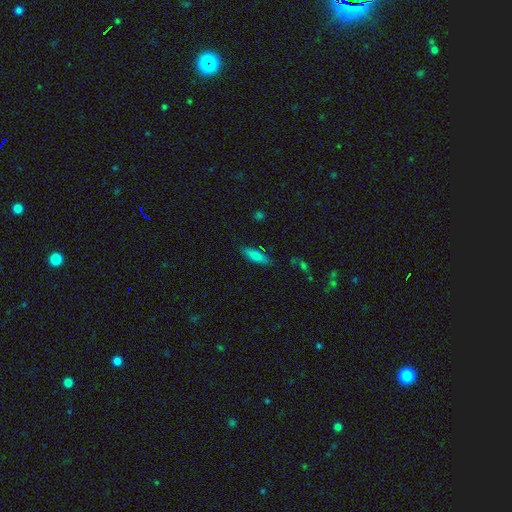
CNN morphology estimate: smooth 79%, featured or disk 13%, star or artifact 9%. Down the decision tree: how rounded — in between (52%); merging — none (83%).